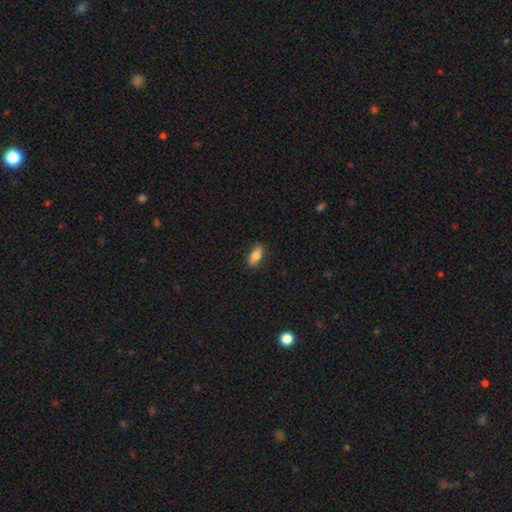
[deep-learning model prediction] smooth 80%, featured or disk 13%, star or artifact 7%. Down the decision tree: how rounded — in between (80%); merging — none (85%).